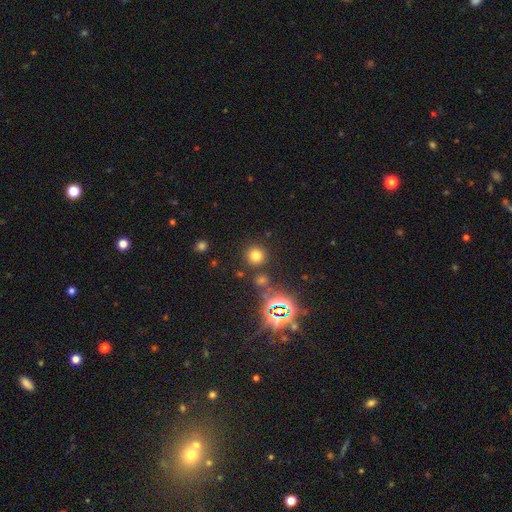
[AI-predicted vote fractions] smooth 68%, star or artifact 25%, featured or disk 7%. Down the decision tree: how rounded — round (93%); merging — none (84%).